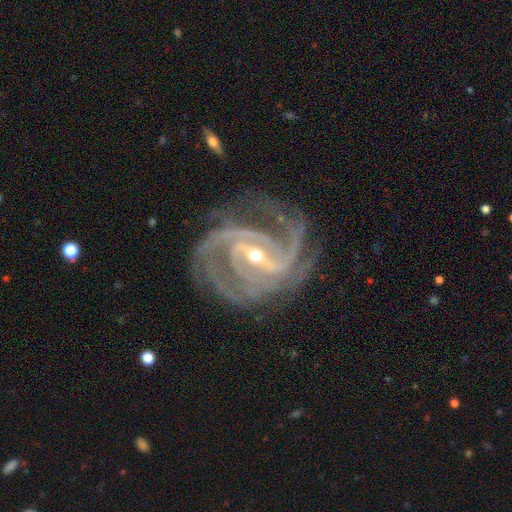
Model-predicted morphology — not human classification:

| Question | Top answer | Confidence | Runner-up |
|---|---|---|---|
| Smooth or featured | featured or disk | 93% | star or artifact (5%) |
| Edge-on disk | no | 98% | yes (2%) |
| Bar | strong | 58% | weak (32%) |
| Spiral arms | yes | 99% | no (1%) |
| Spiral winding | tight | 46% | tied: medium (46%) |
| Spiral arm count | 3 | 34% | 2 (23%) |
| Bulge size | small | 61% | moderate (36%) |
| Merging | none | 69% | minor disturbance (18%) |